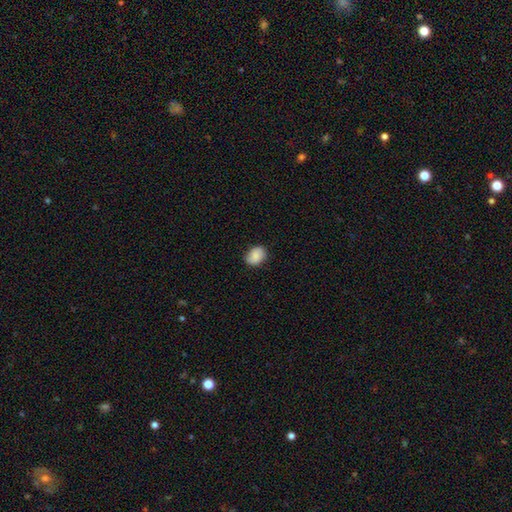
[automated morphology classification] Q: Smooth or featured?
A: smooth (82%); runner-up: featured or disk (11%)
Q: How rounded?
A: in between (72%); runner-up: round (27%)
Q: Merging?
A: none (83%); runner-up: minor disturbance (13%)